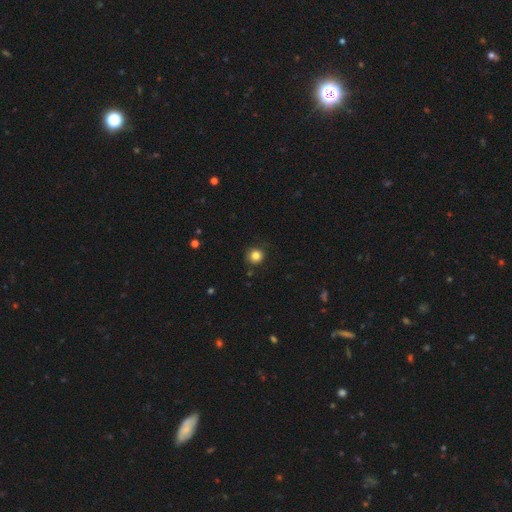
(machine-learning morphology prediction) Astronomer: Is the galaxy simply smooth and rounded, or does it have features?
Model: smooth — 82%.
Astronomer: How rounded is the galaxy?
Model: round — 93%.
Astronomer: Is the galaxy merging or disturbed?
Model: none — 88%.